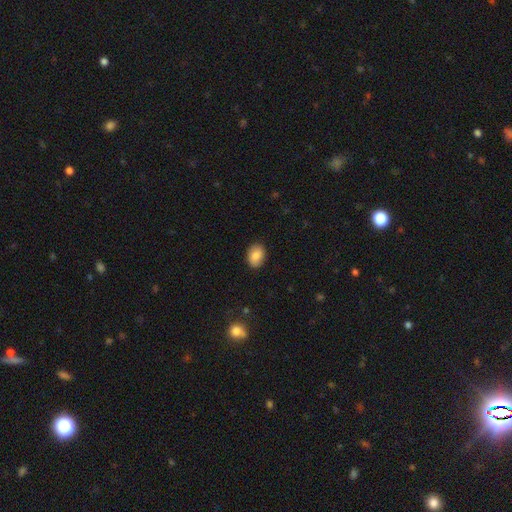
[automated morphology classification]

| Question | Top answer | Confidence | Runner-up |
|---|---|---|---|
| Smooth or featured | smooth | 86% | star or artifact (8%) |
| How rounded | in between | 74% | round (25%) |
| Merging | none | 89% | minor disturbance (8%) |